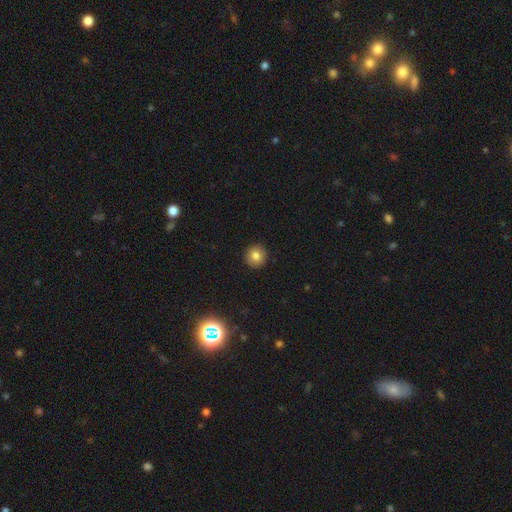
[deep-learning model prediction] smooth 81%, star or artifact 11%, featured or disk 8%. Down the decision tree: how rounded — round (93%); merging — none (92%).